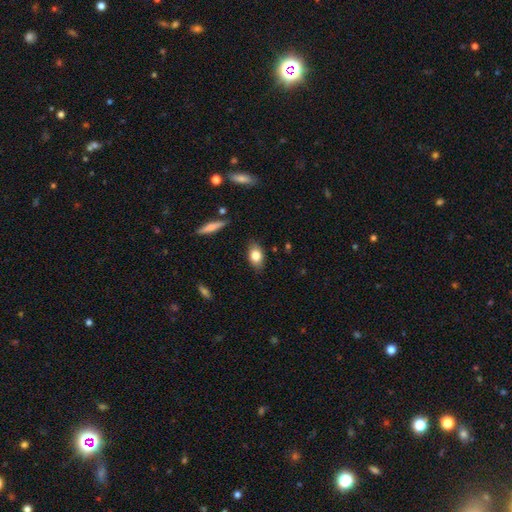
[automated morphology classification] Q: Smooth or featured?
A: smooth (79%); runner-up: featured or disk (13%)
Q: How rounded?
A: in between (83%); runner-up: round (13%)
Q: Merging?
A: none (82%); runner-up: minor disturbance (14%)